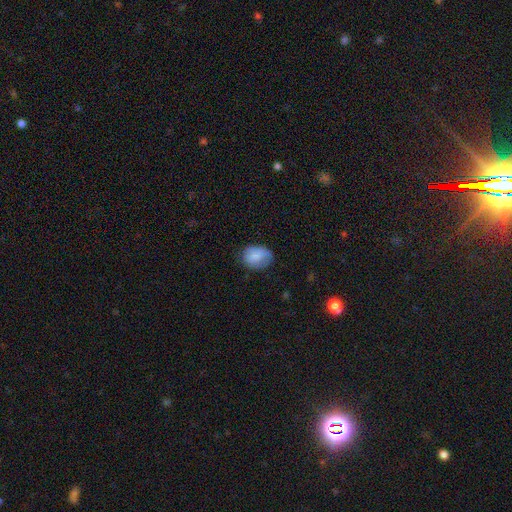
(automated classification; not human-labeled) Overall: smooth (81%). How rounded: in between (69%; round 30%). Merging: none (63%; minor disturbance 28%).